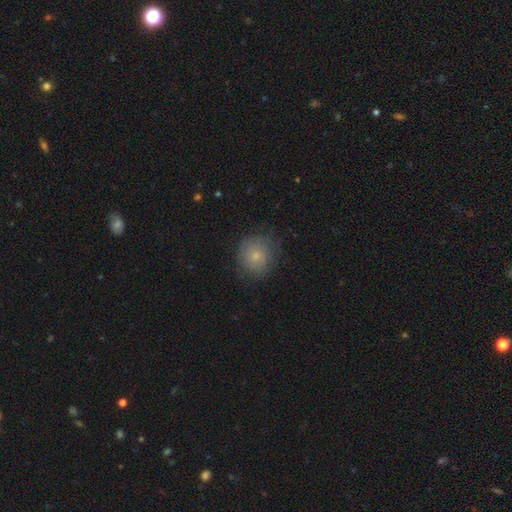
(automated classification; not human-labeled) Q: Smooth or featured?
A: smooth (71%); runner-up: featured or disk (19%)
Q: How rounded?
A: round (84%); runner-up: in between (15%)
Q: Merging?
A: none (74%); runner-up: minor disturbance (18%)